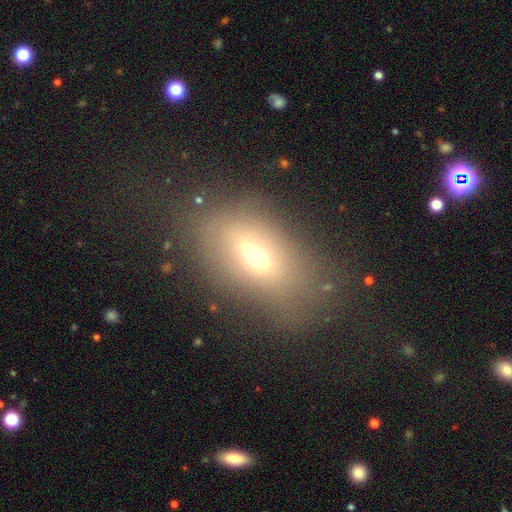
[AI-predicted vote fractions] smooth 57%, featured or disk 26%, star or artifact 17%. Down the decision tree: how rounded — in between (82%); merging — none (64%).